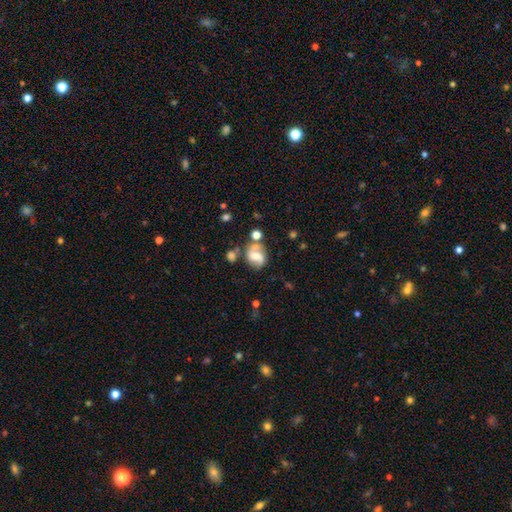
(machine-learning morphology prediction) smooth-or-featured: featured or disk: 62% | smooth: 29% | star or artifact: 9%
  disk-edge-on: no: 97% | yes: 3%
    bar: weak: 44% | no: 38% | strong: 18%
    has-spiral-arms: yes: 87% | no: 13%
      spiral-winding: medium: 46% | loose: 33% | tight: 21%
      spiral-arm-count: 2: 84% | can't tell: 7% | 1: 4% | 3: 2% | 4: 1% | more than 4: 1%
    bulge-size: moderate: 42% | small: 31% | none: 14% | large: 11% | dominant: 2%
  merging: none: 53% | minor disturbance: 19% | merger: 18% | major disturbance: 9%